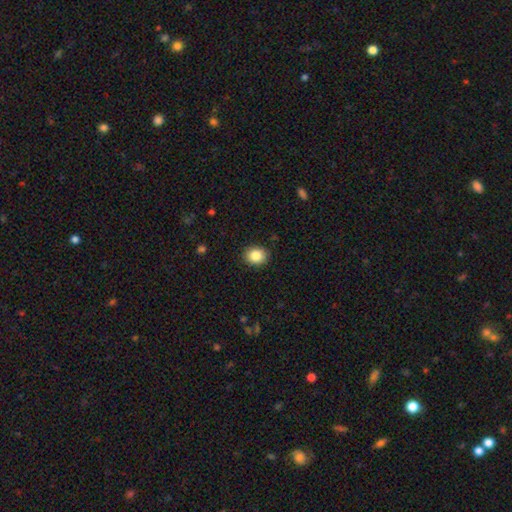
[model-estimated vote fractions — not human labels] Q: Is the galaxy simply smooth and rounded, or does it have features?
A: smooth — 85%.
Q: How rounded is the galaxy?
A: round — 56%.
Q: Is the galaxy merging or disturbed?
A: none — 90%.